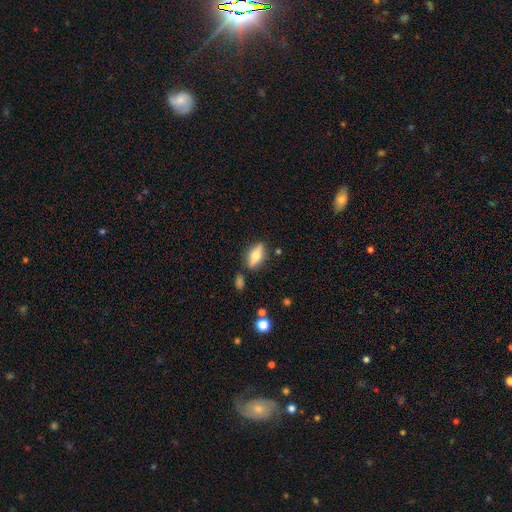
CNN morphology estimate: A smooth galaxy with no disk features (49%).

Vote fractions:
- Smooth or featured? smooth: 49% / featured or disk: 43% / star or artifact: 8%
- Merging? none: 80% / minor disturbance: 12% / merger: 4% / major disturbance: 3%